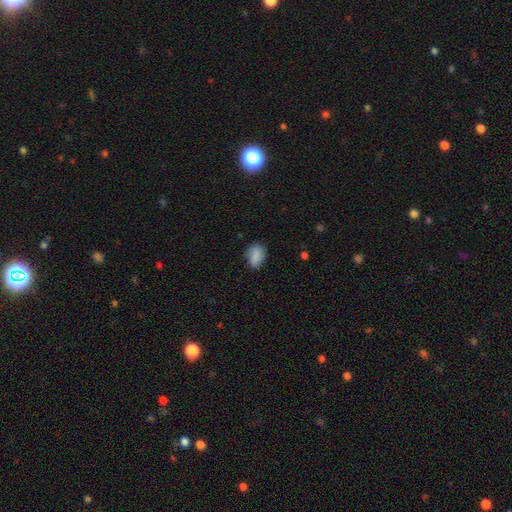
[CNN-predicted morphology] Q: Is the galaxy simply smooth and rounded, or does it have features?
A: smooth — 86%.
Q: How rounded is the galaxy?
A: in between — 80%.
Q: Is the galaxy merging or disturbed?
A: none — 71%.